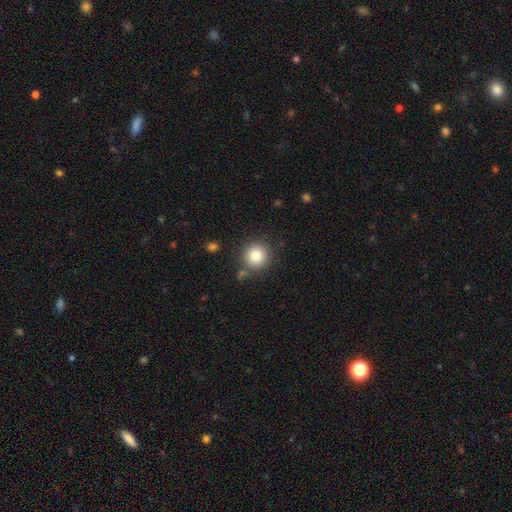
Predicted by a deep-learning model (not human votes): Smooth or featured: smooth — 83% (star or artifact — 10%)
How rounded: round — 94% (in between — 5%)
Merging: none — 83% (minor disturbance — 9%)